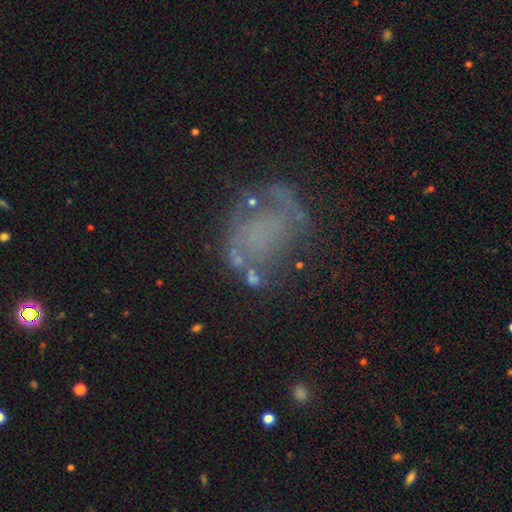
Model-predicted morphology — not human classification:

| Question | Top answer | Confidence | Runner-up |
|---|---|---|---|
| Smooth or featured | featured or disk | 61% | smooth (24%) |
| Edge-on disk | no | 97% | yes (3%) |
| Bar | no | 82% | weak (14%) |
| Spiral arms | yes | 57% | no (43%) |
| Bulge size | none | 76% | small (15%) |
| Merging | none | 56% | minor disturbance (21%) |